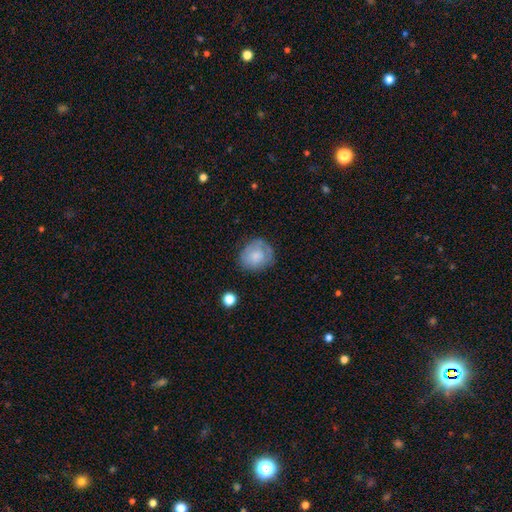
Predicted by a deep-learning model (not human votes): Overall: smooth (66%; featured or disk 26%). How rounded: round (71%). Merging: none (67%).